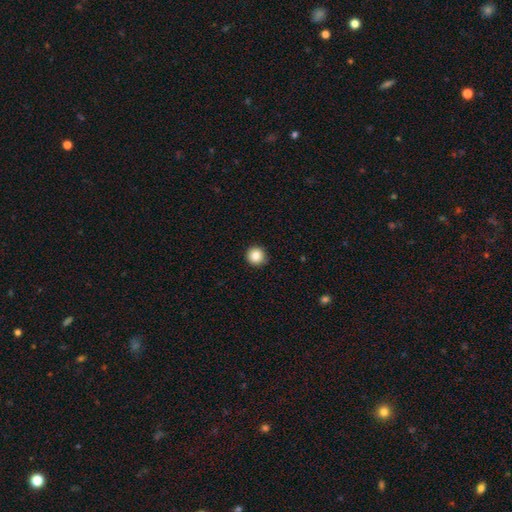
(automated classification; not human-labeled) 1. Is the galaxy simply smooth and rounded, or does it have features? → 87% smooth, 10% star or artifact, 3% featured or disk.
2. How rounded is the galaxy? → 94% round, 5% in between, 1% cigar-shaped.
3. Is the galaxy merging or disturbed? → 90% none, 8% minor disturbance, 2% major disturbance, 1% merger.